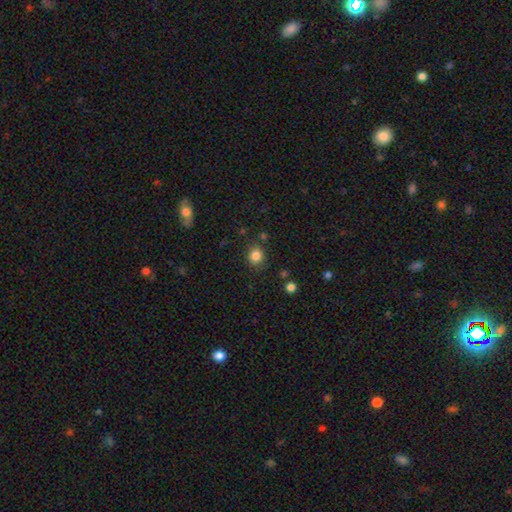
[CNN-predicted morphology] Smooth or featured: smooth — 83% (star or artifact — 12%)
How rounded: round — 82% (in between — 17%)
Merging: none — 84% (minor disturbance — 10%)